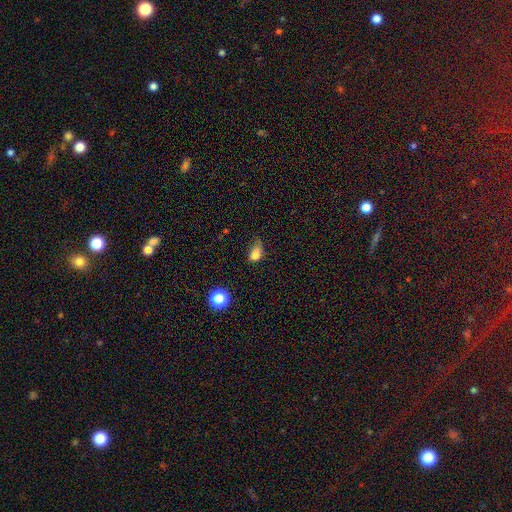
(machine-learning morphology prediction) Smooth or featured?
  - smooth: 78% *
  - star or artifact: 12%
  - featured or disk: 10%
How rounded?
  - in between: 70% *
  - round: 27%
  - cigar-shaped: 2%
Merging?
  - minor disturbance: 38% *
  - major disturbance: 31%
  - none: 27%
  - merger: 4%